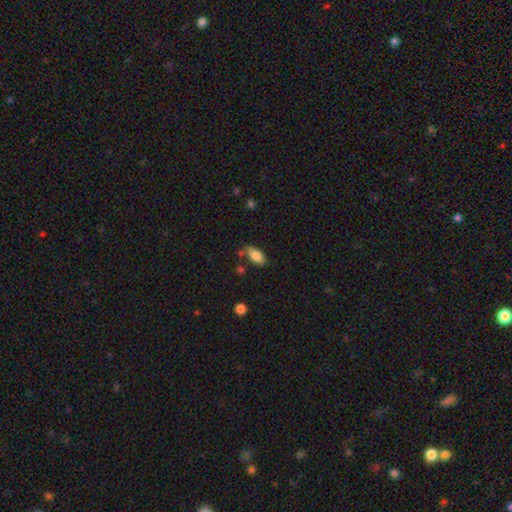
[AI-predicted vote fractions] smooth_or_featured: smooth (p=0.85) [alt: star or artifact p=0.08]
how_rounded: in between (p=0.90) [alt: cigar-shaped p=0.07]
merging: none (p=0.68) [alt: minor disturbance p=0.20]